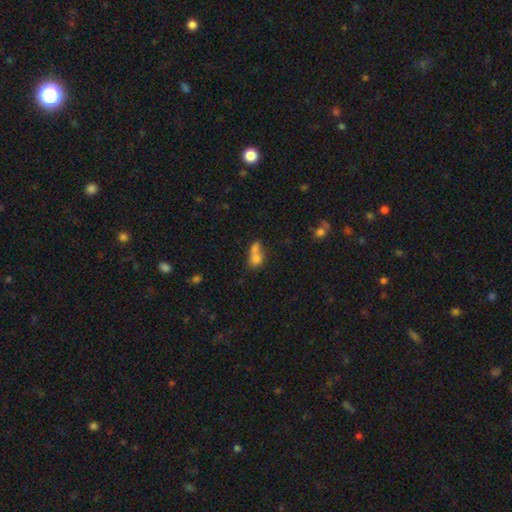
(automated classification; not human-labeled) smooth_or_featured: smooth (p=0.73) [alt: featured or disk p=0.15]
how_rounded: in between (p=0.55) [alt: round p=0.39]
merging: merger (p=0.63) [alt: none p=0.22]